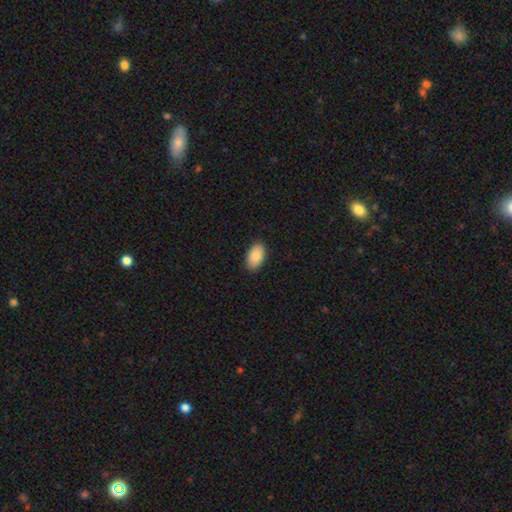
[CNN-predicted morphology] Smooth or featured? Predicted: smooth (p=0.89). How rounded? Predicted: in between (p=0.94). Merging? Predicted: none (p=0.88).